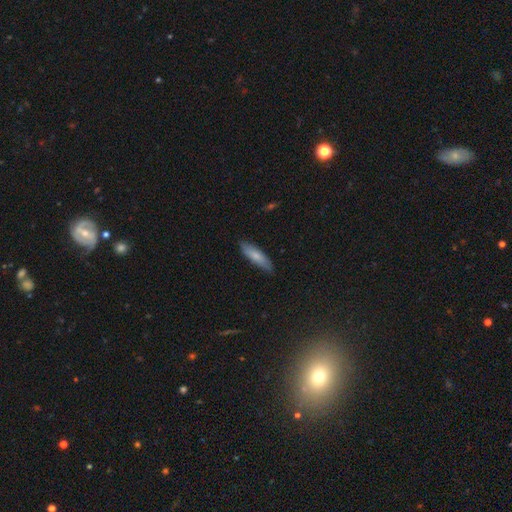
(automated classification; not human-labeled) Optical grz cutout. It shows a smooth galaxy with no disk features (77%) that is cigar-shaped (64%). Merging: none (83%).